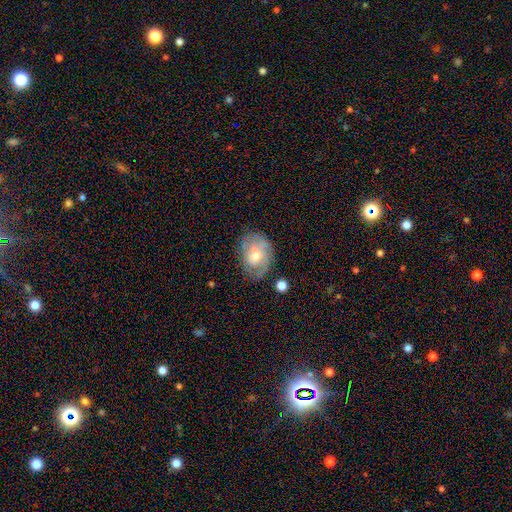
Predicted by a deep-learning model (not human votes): featured or disk 59%, smooth 32%, star or artifact 8%. Down the decision tree: edge-on disk — no (96%); bar — no (76%); spiral arms — yes (70%); bulge size — moderate (54%); merging — none (62%).